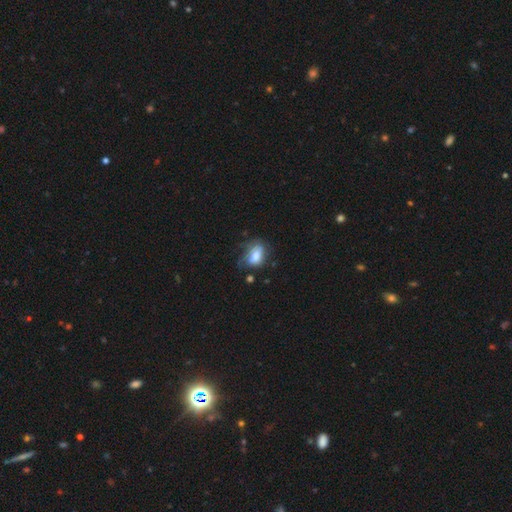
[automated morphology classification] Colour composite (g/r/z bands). It shows a smooth galaxy with no disk features (74%) that is in between round and cigar-shaped (82%). Merging: none (41%).